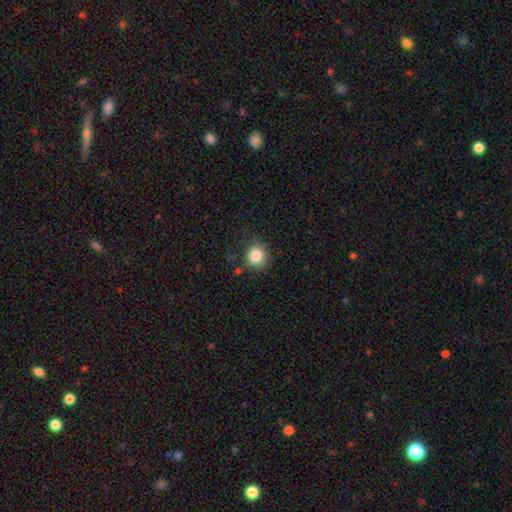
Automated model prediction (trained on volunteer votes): Overall: smooth (85%). How rounded: round (85%). Merging: none (81%).